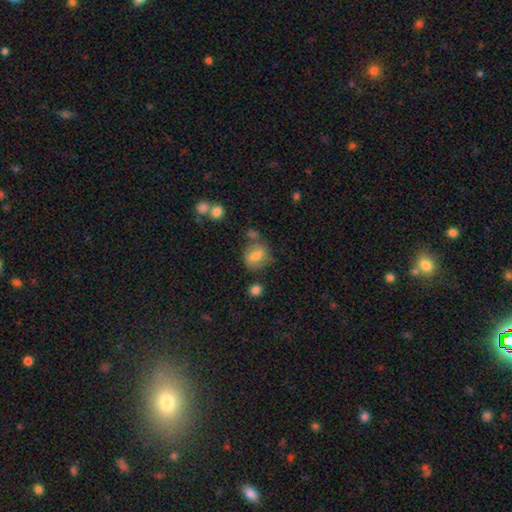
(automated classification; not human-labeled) Smooth or featured?
  - smooth: 65% *
  - featured or disk: 26%
  - star or artifact: 9%
How rounded?
  - round: 58% *
  - in between: 41%
  - cigar-shaped: 1%
Merging?
  - none: 53% *
  - minor disturbance: 24%
  - merger: 12%
  - major disturbance: 11%